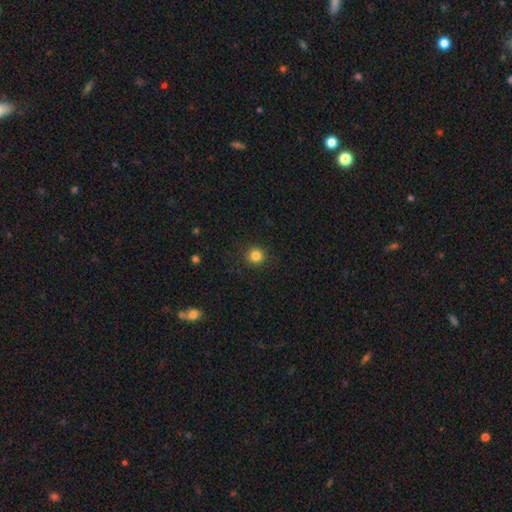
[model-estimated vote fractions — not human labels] A smooth galaxy with no disk features (84%) that is round (93%).

Vote fractions:
- Smooth or featured? smooth: 84% / star or artifact: 12% / featured or disk: 4%
- How rounded? round: 93% / in between: 6% / cigar-shaped: 1%
- Merging? none: 91% / minor disturbance: 6% / major disturbance: 2% / merger: 1%